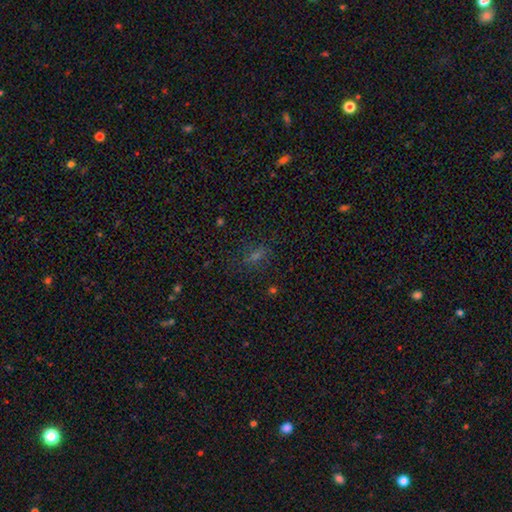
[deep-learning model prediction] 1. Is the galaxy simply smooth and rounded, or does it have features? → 47% smooth, 39% star or artifact, 14% featured or disk.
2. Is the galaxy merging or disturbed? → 75% none, 15% minor disturbance, 8% major disturbance, 2% merger.